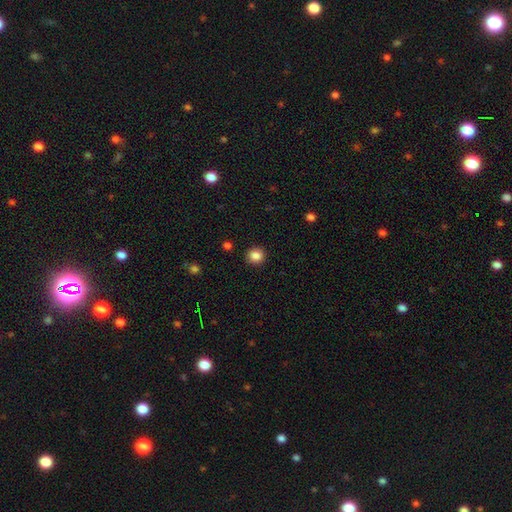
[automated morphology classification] Smooth or featured?
  - smooth: 86% *
  - star or artifact: 10%
  - featured or disk: 4%
How rounded?
  - round: 89% *
  - in between: 10%
  - cigar-shaped: 1%
Merging?
  - none: 92% *
  - minor disturbance: 5%
  - major disturbance: 2%
  - merger: 1%